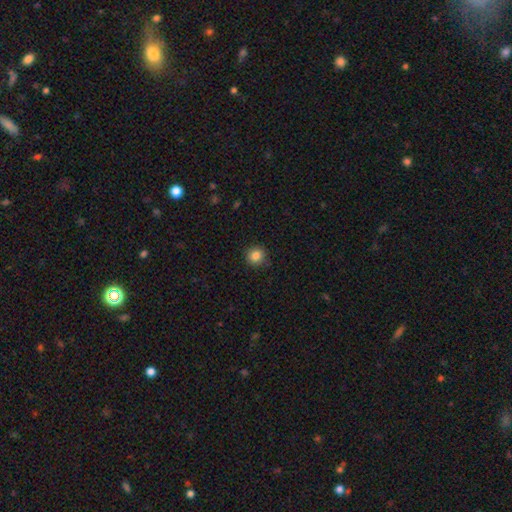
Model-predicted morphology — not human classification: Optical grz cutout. It shows a smooth galaxy with no disk features (85%) that is round (92%). Merging: none (89%).